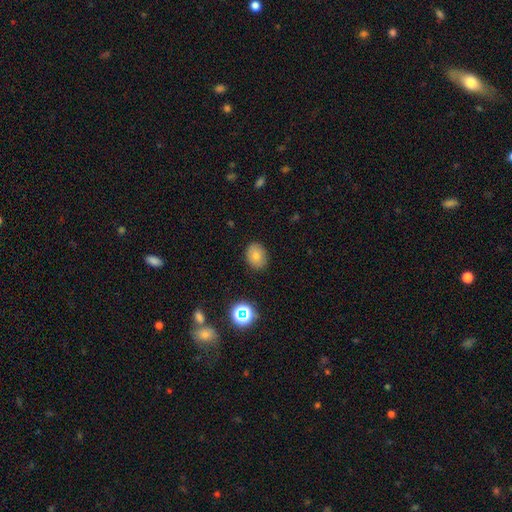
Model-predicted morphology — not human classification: Q: Smooth or featured?
A: smooth (77%); runner-up: star or artifact (12%)
Q: How rounded?
A: in between (57%); runner-up: round (43%)
Q: Merging?
A: none (86%); runner-up: minor disturbance (10%)